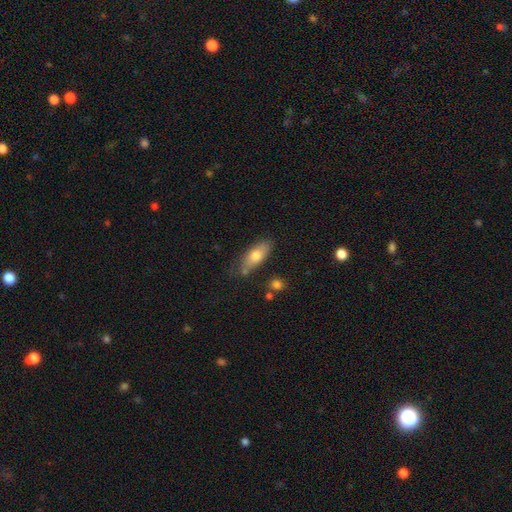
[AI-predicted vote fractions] Smooth or featured? smooth (71%)
How rounded? in between (72%)
Merging? none (73%)